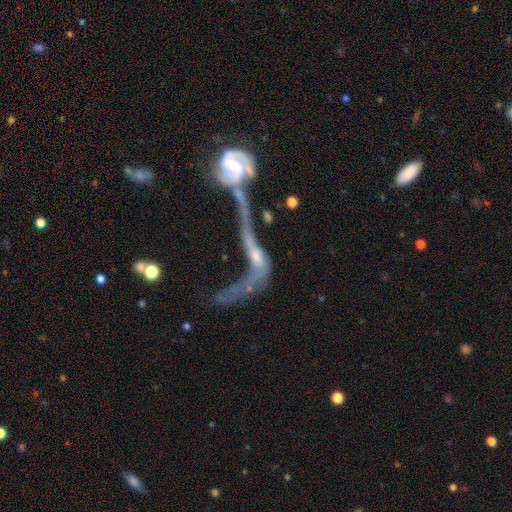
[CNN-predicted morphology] A featured or disk galaxy (74%) with no bar (58%), spiral arms (67%) and a small central bulge (40%). Merging: merger (59%).